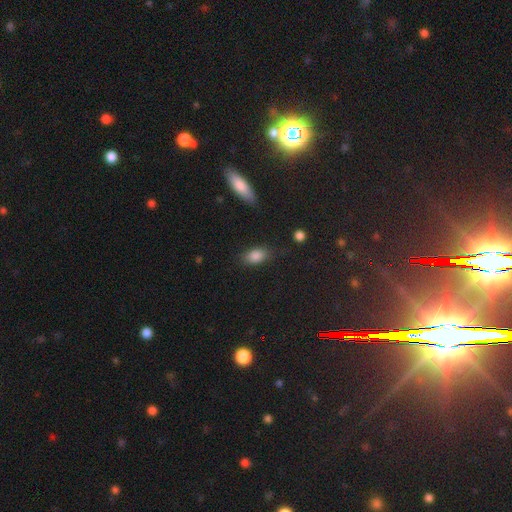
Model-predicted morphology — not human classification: A smooth galaxy with no disk features (84%) that is in between round and cigar-shaped (86%). Merging: none (74%).